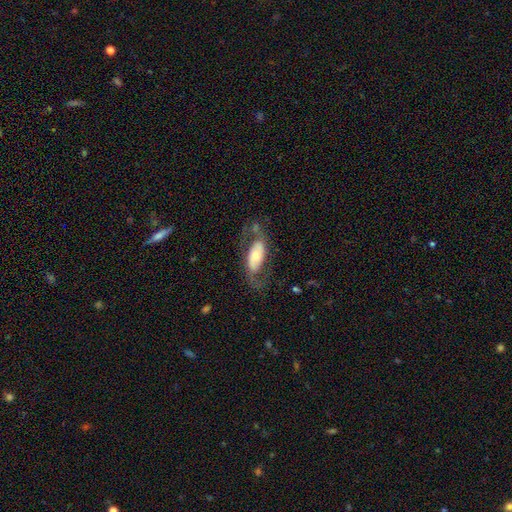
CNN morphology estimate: Q: Smooth or featured?
A: featured or disk (53%); runner-up: smooth (40%)
Q: Edge-on disk?
A: no (86%); runner-up: yes (14%)
Q: Merging?
A: none (57%); runner-up: major disturbance (20%)